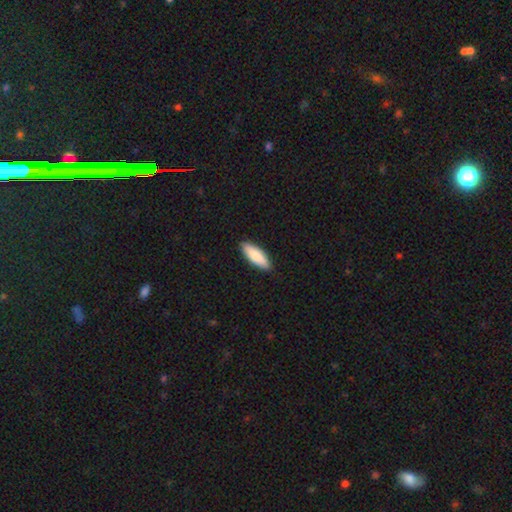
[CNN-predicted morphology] This appears to be a smooth galaxy with no disk features (85%) that is in between round and cigar-shaped (63%). Merging: none (90%).